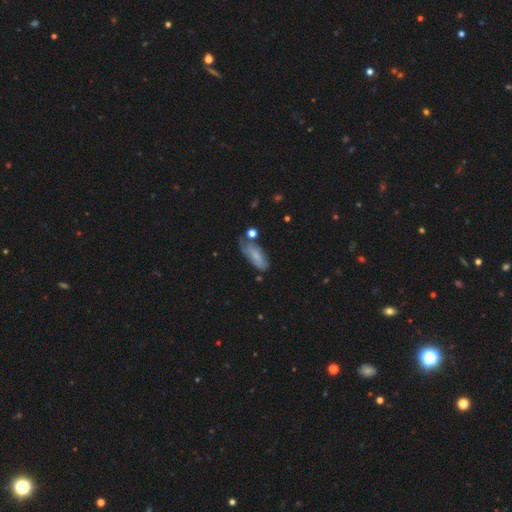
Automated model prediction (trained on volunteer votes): Q: Smooth or featured?
A: smooth (57%); runner-up: featured or disk (35%)
Q: How rounded?
A: in between (74%); runner-up: cigar-shaped (23%)
Q: Merging?
A: none (48%); runner-up: minor disturbance (32%)